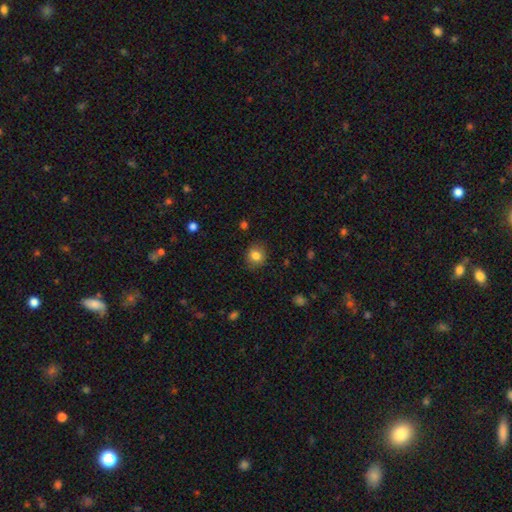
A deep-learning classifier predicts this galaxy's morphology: Smooth or featured? smooth (83%)
How rounded? round (81%)
Merging? none (86%)